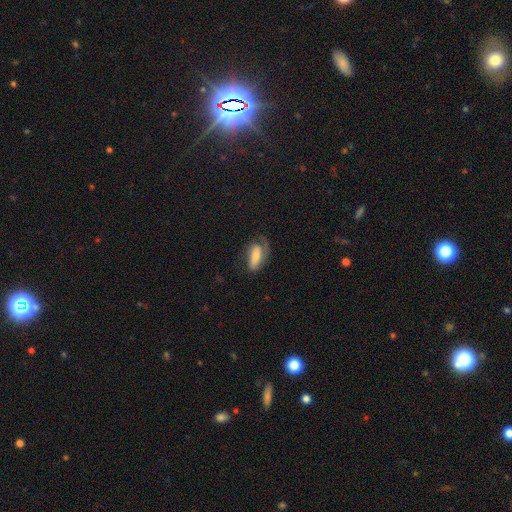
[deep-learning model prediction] The model was most divided on "merging": none: 44%, major disturbance: 28%, minor disturbance: 26%, merger: 2%. More confident: how rounded — in between (84%); smooth or featured — smooth (60%).